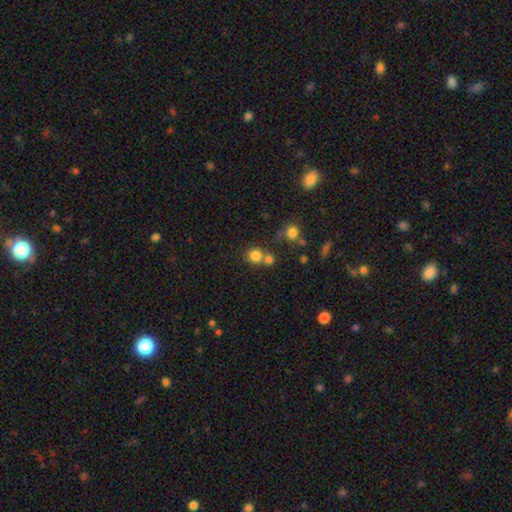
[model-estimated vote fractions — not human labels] This appears to be a smooth galaxy with no disk features (80%) that is round (86%). Merging: none (56%).